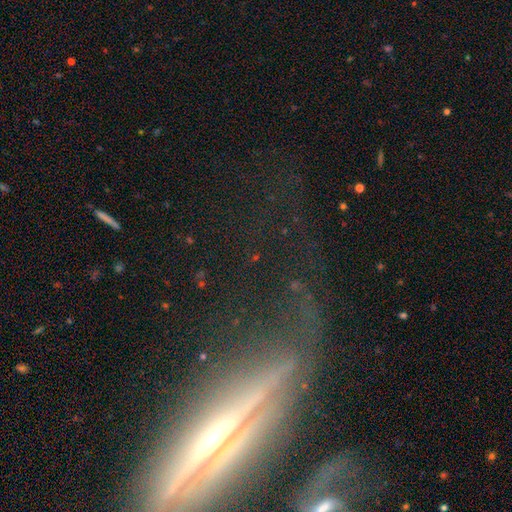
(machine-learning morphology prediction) Overall: featured or disk (69%). Edge-on disk: yes (77%). Edge-on bulge: rounded (78%). Merging: none (54%; major disturbance 23%).